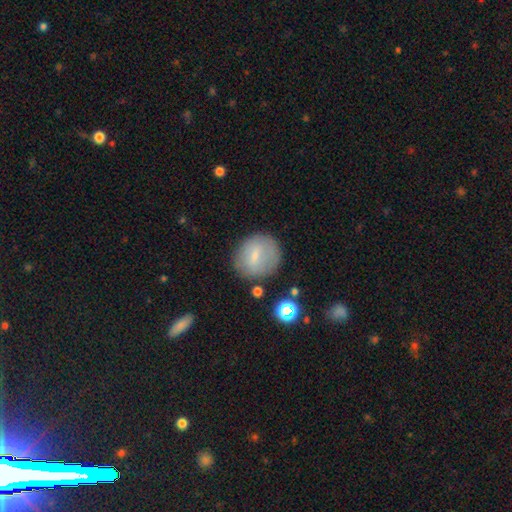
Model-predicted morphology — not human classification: Smooth or featured?
  - smooth: 65% *
  - featured or disk: 26%
  - star or artifact: 9%
How rounded?
  - round: 72% *
  - in between: 26%
  - cigar-shaped: 2%
Merging?
  - none: 75% *
  - minor disturbance: 16%
  - major disturbance: 6%
  - merger: 3%